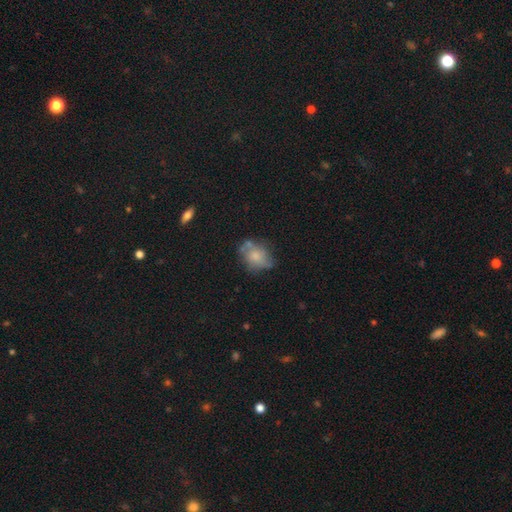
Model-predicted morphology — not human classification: smooth-or-featured: smooth: 57% | featured or disk: 33% | star or artifact: 10%
  how-rounded: in between: 55% | round: 43% | cigar-shaped: 2%
  merging: none: 47% | minor disturbance: 29% | major disturbance: 13% | merger: 11%